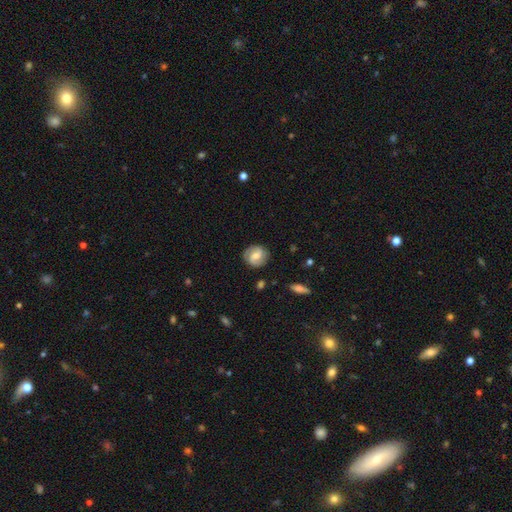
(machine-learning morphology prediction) type=featured or disk (58%); edge-on=no (97%); bar=weak (49%); spiral arms=yes (86%); bulge=moderate (63%); merging=none (84%).